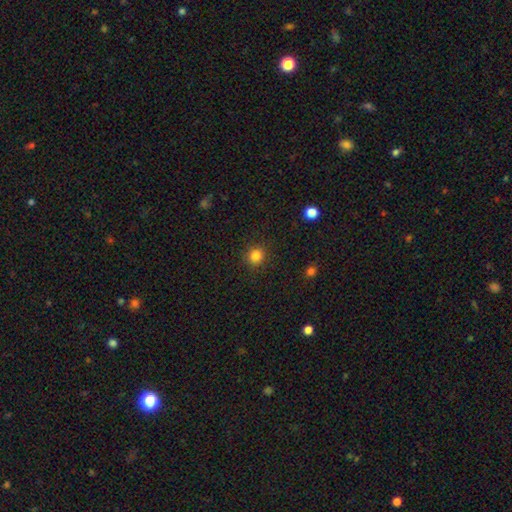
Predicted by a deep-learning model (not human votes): This is clearly a smooth galaxy (83%). How rounded: clearly round (90%). Merging: clearly none (90%).